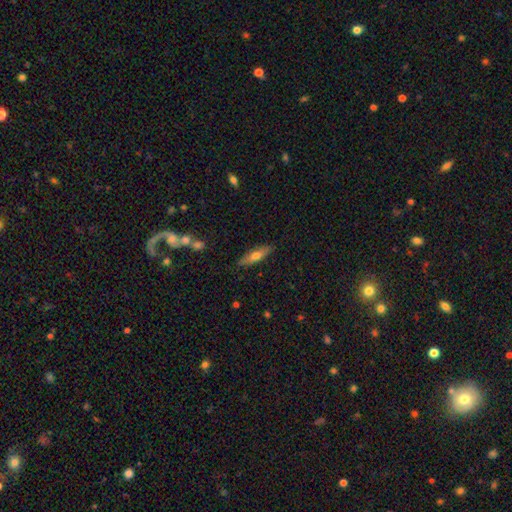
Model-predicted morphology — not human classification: type=smooth (58%); roundness=cigar-shaped (71%); merging=none (87%).